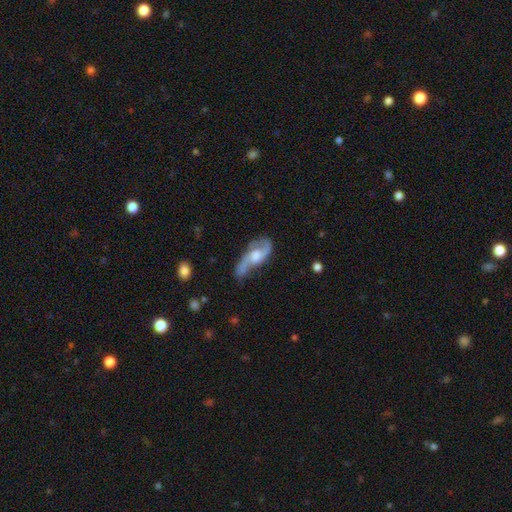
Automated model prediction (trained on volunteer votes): smooth_or_featured: featured or disk (p=0.80) [alt: smooth p=0.15]
disk_edge_on: no (p=0.90) [alt: yes p=0.10]
bar: no (p=0.57) [alt: weak p=0.35]
has_spiral_arms: yes (p=0.93) [alt: no p=0.07]
spiral_winding: loose (p=0.56) [alt: medium p=0.35]
spiral_arm_count: 2 (p=0.88) [alt: can't tell p=0.05]
bulge_size: moderate (p=0.54) [alt: large p=0.20]
merging: none (p=0.54) [alt: minor disturbance p=0.26]